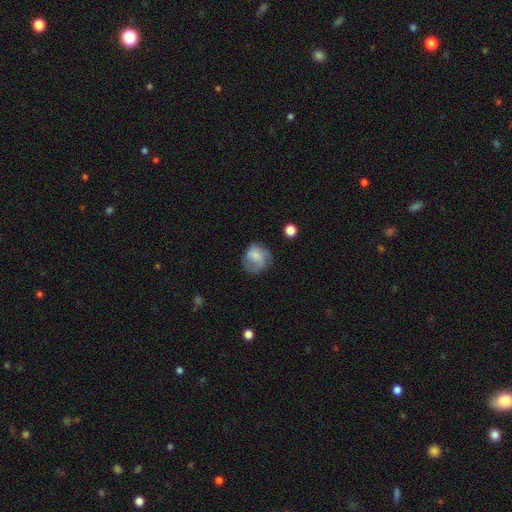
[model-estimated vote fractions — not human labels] This appears to be a smooth galaxy with no disk features (66%) that is round (74%). Merging: none (56%).